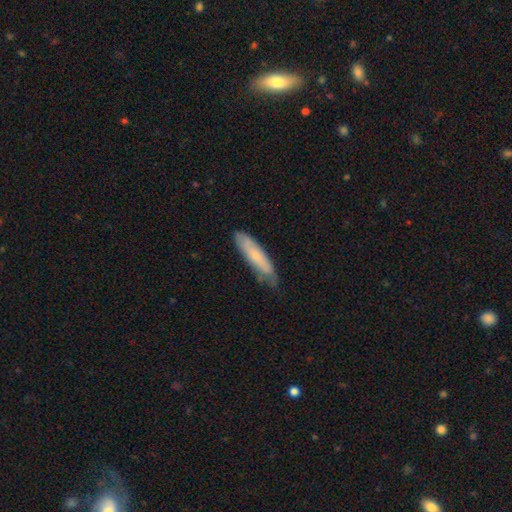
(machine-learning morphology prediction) A smooth galaxy with no disk features (63%) that is cigar-shaped (74%).

Vote fractions:
- Smooth or featured? smooth: 63% / featured or disk: 31% / star or artifact: 6%
- How rounded? cigar-shaped: 74% / in between: 25% / round: 1%
- Merging? none: 63% / minor disturbance: 29% / major disturbance: 6% / merger: 2%